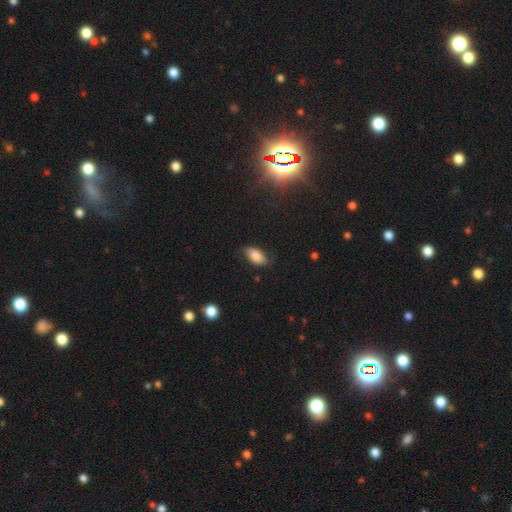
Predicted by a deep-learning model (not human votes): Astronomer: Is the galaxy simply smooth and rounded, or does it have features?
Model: smooth — 78%.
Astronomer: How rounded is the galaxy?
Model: in between — 91%.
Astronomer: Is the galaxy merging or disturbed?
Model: none — 70%.